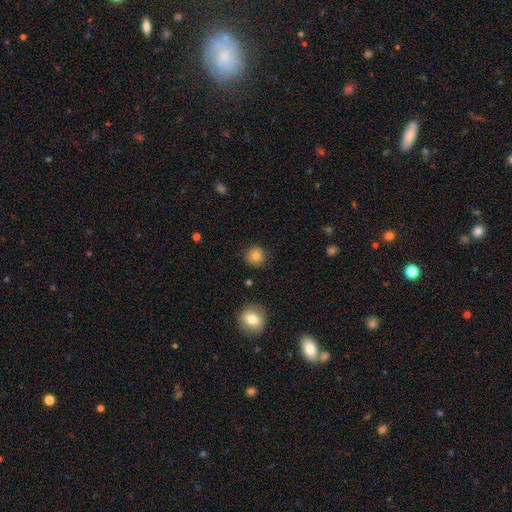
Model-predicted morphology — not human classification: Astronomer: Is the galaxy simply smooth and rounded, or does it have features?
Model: smooth — 81%.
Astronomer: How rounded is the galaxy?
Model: round — 92%.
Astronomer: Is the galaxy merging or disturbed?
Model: none — 87%.